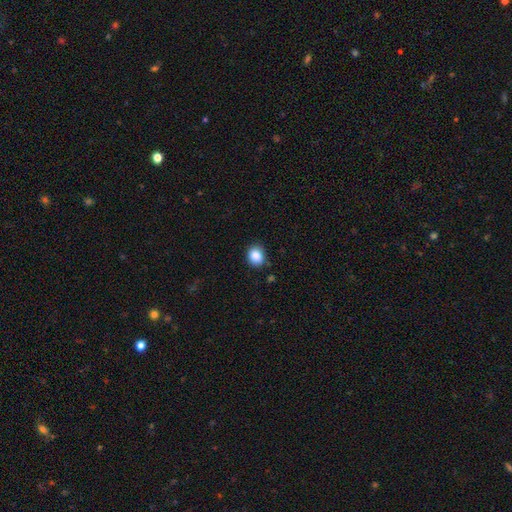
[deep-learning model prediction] A smooth galaxy with no disk features (87%) that is round (61%).

Vote fractions:
- Smooth or featured? smooth: 87% / star or artifact: 9% / featured or disk: 4%
- How rounded? round: 61% / in between: 38% / cigar-shaped: 1%
- Merging? none: 85% / minor disturbance: 11% / major disturbance: 3% / merger: 2%